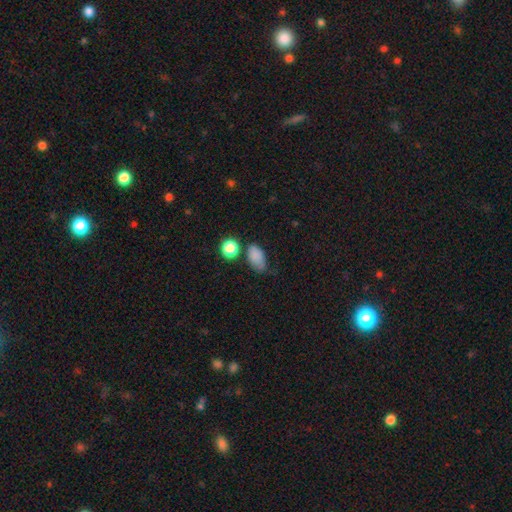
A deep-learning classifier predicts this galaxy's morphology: Smooth or featured: smooth — 81% (star or artifact — 12%)
How rounded: in between — 86% (round — 12%)
Merging: none — 53% (minor disturbance — 31%)